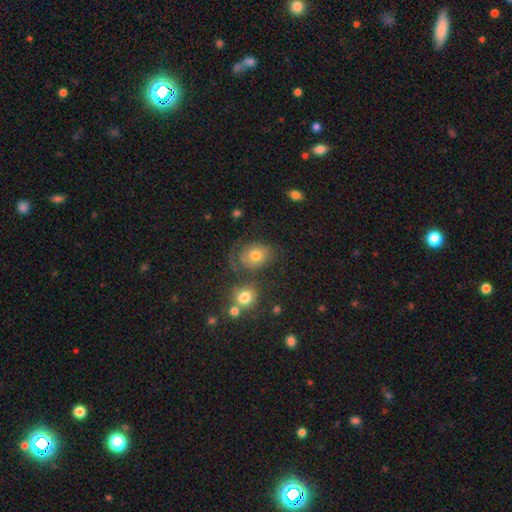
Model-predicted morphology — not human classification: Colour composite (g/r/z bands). It shows a smooth galaxy with no disk features (59%) that is in between round and cigar-shaped (57%). Merging: none (46%).